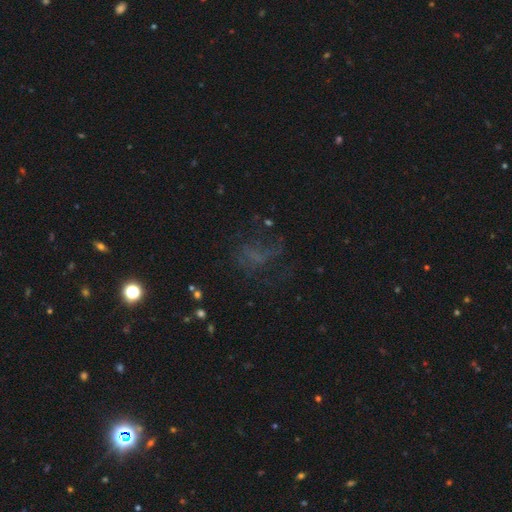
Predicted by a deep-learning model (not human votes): smooth-or-featured: featured or disk: 37% | star or artifact: 34% | smooth: 30%
  merging: none: 44% | major disturbance: 34% | minor disturbance: 17% | merger: 4%